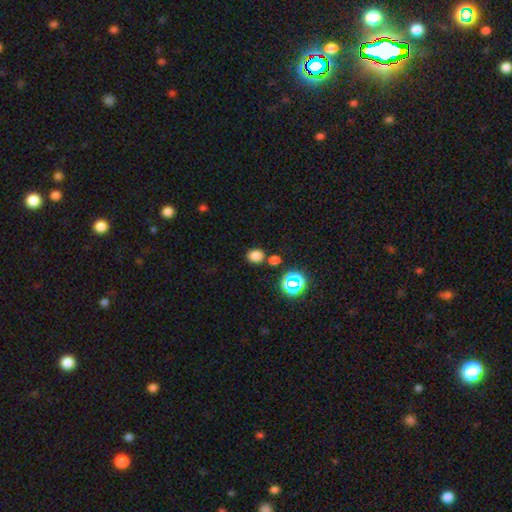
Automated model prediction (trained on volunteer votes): Smooth or featured?
  - smooth: 77% *
  - star or artifact: 18%
  - featured or disk: 5%
How rounded?
  - round: 58% *
  - in between: 41%
  - cigar-shaped: 1%
Merging?
  - none: 76% *
  - merger: 10%
  - minor disturbance: 10%
  - major disturbance: 3%